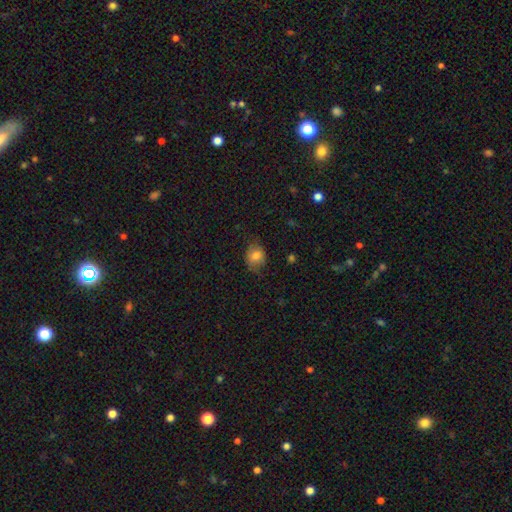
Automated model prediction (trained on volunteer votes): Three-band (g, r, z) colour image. It shows a smooth galaxy with no disk features (76%) that is in between round and cigar-shaped (50%). Merging: none (67%).